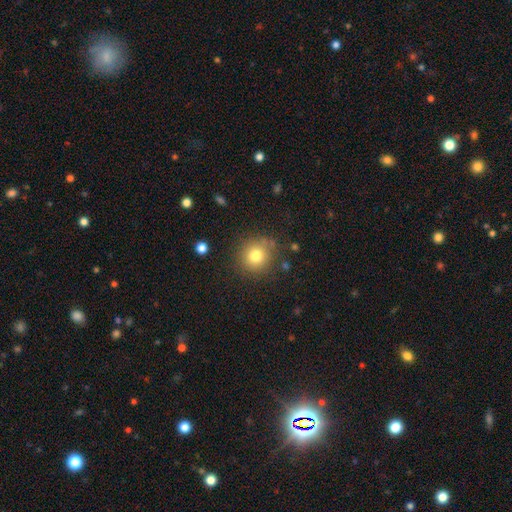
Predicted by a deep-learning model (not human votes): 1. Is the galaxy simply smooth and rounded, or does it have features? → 78% smooth, 13% star or artifact, 9% featured or disk.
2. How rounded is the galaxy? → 92% round, 7% in between, 1% cigar-shaped.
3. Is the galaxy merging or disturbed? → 83% none, 10% minor disturbance, 4% major disturbance, 3% merger.